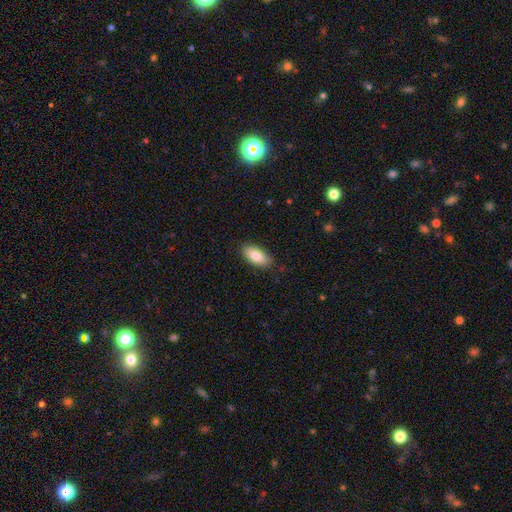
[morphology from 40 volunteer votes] Q: Smooth or featured?
A: smooth (80%); runner-up: featured or disk (10%)
Q: How rounded?
A: in between (91%); runner-up: cigar-shaped (6%)
Q: Merging?
A: none (94%); runner-up: minor disturbance (6%)